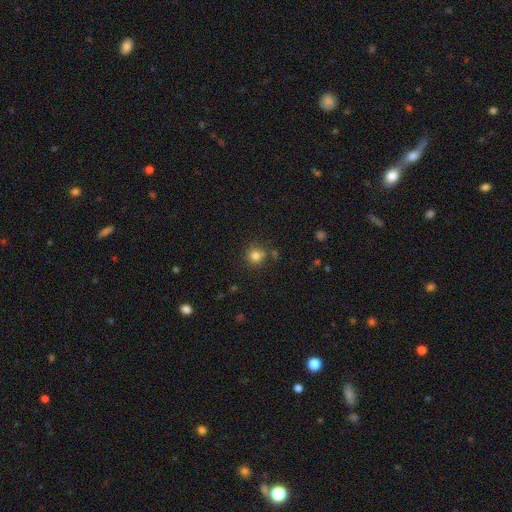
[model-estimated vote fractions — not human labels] A smooth galaxy with no disk features (81%) that is round (91%).

Vote fractions:
- Smooth or featured? smooth: 81% / star or artifact: 13% / featured or disk: 6%
- How rounded? round: 91% / in between: 8% / cigar-shaped: 1%
- Merging? none: 75% / minor disturbance: 12% / merger: 10% / major disturbance: 4%